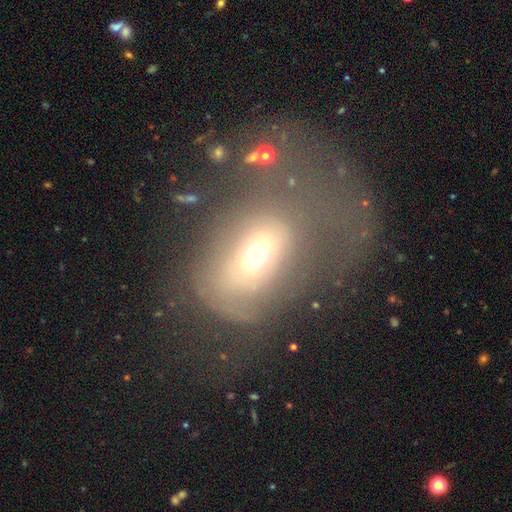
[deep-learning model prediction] smooth-or-featured: smooth: 48% | featured or disk: 37% | star or artifact: 14%
  merging: major disturbance: 57% | none: 21% | minor disturbance: 16% | merger: 5%